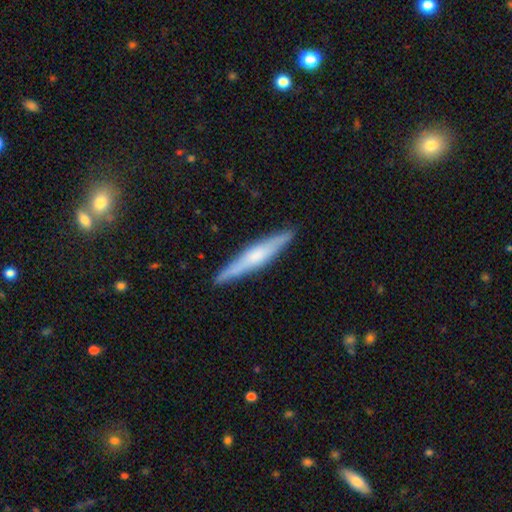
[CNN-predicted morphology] Smooth or featured? Predicted: featured or disk (p=0.55). Edge-on disk? Predicted: yes (p=0.96). Edge-on bulge? Predicted: rounded (p=0.58). Merging? Predicted: none (p=0.90).